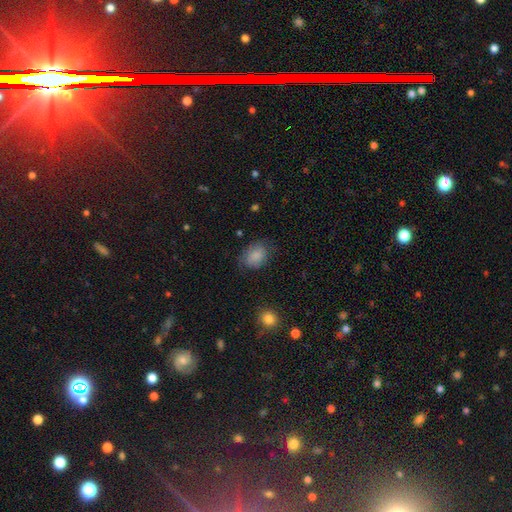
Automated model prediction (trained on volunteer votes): The model was most divided on "how rounded": in between: 72%, round: 26%, cigar-shaped: 1%. More confident: smooth or featured — smooth (84%); merging — none (70%).